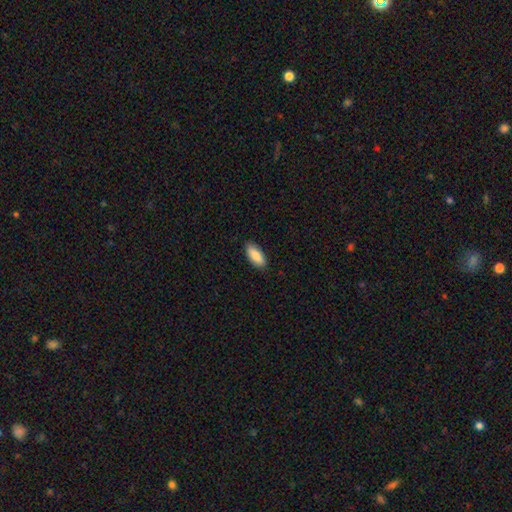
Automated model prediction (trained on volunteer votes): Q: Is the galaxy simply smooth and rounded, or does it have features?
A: smooth — 86%.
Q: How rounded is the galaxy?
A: in between — 81%.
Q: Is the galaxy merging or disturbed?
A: none — 87%.